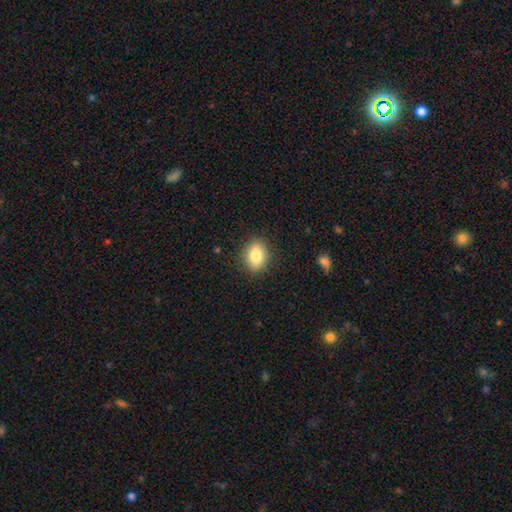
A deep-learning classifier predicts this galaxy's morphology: Smooth or featured: smooth — 85% (star or artifact — 8%)
How rounded: in between — 66% (round — 32%)
Merging: none — 88% (minor disturbance — 9%)